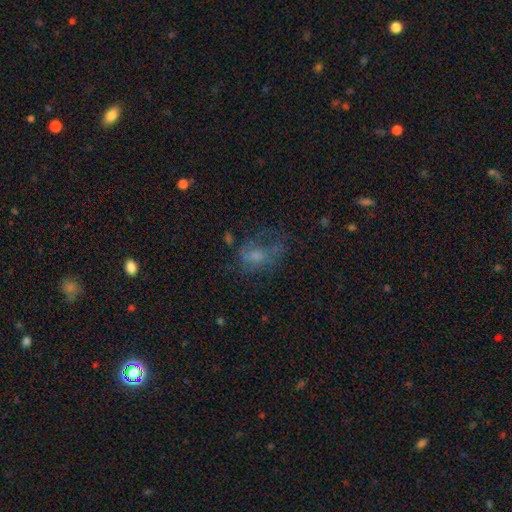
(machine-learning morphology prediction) This appears to be a featured or disk galaxy (42%). Merging: none (40%).